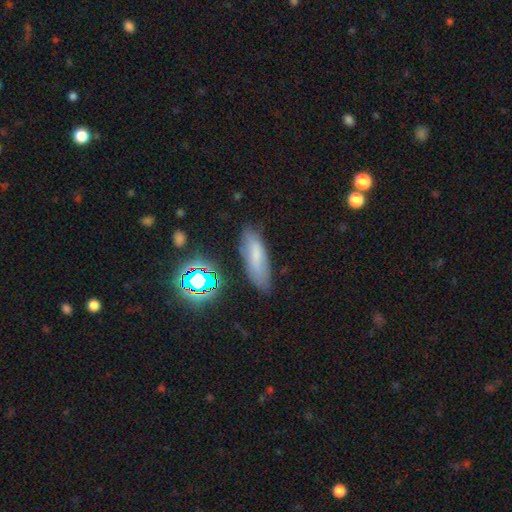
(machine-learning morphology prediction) Smooth or featured? Predicted: smooth (p=0.65). How rounded? Predicted: in between (p=0.57). Merging? Predicted: none (p=0.74).